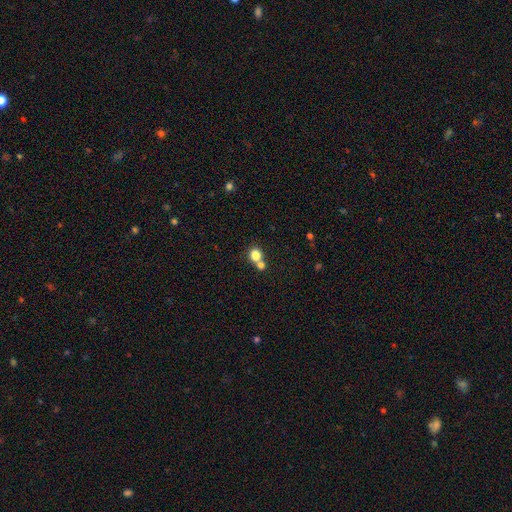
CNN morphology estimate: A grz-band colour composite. It shows a smooth galaxy with no disk features (81%) that is round (80%). Merging: none (47%).